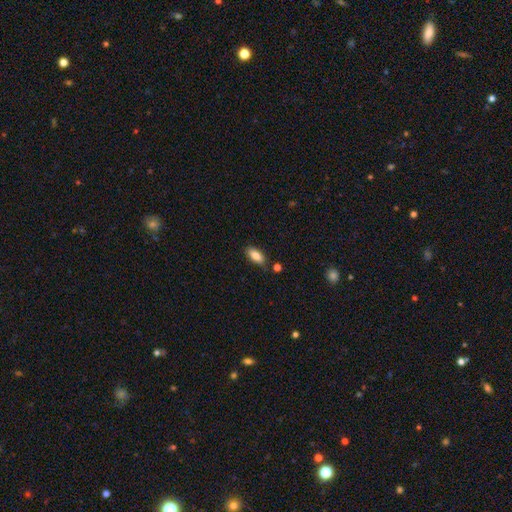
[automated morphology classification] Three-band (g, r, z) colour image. It shows a smooth galaxy with no disk features (82%) that is in between round and cigar-shaped (83%). Merging: none (79%).